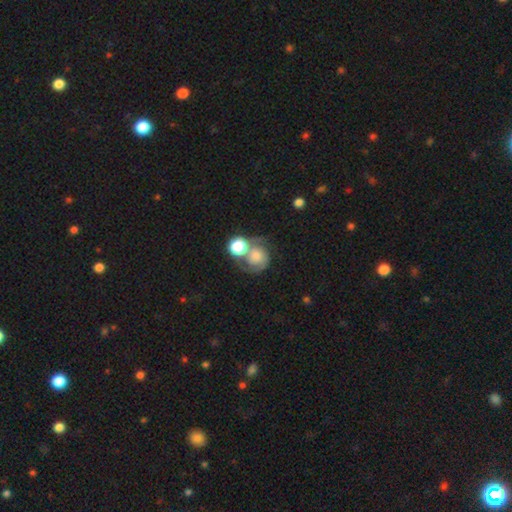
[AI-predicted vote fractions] smooth_or_featured: featured or disk (p=0.54) [alt: smooth p=0.37]
disk_edge_on: no (p=0.98) [alt: yes p=0.02]
bar: no (p=0.80) [alt: weak p=0.17]
has_spiral_arms: yes (p=0.83) [alt: no p=0.17]
bulge_size: large (p=0.30) [alt: moderate p=0.24]
merging: merger (p=0.47) [alt: none p=0.28]